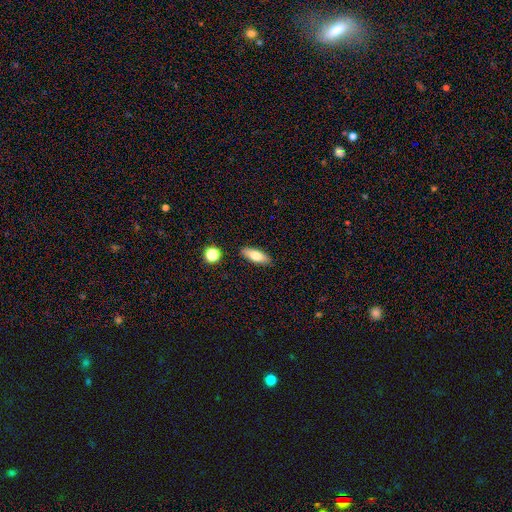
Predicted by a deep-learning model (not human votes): This is likely a smooth galaxy (76%). How rounded: likely in between (68%). Merging: clearly none (87%).